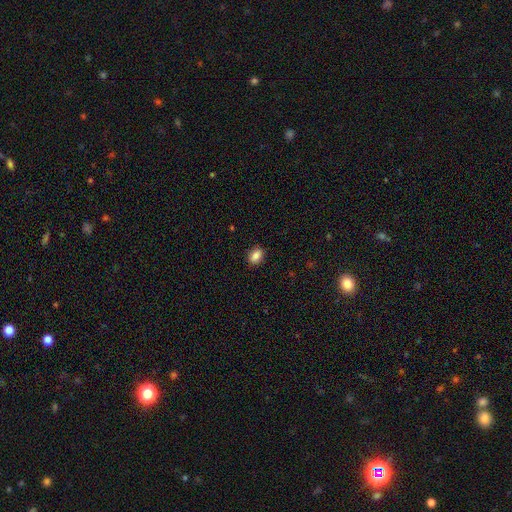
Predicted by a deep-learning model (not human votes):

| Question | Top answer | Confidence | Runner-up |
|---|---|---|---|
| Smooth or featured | smooth | 86% | star or artifact (9%) |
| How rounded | in between | 73% | round (25%) |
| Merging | none | 87% | minor disturbance (10%) |